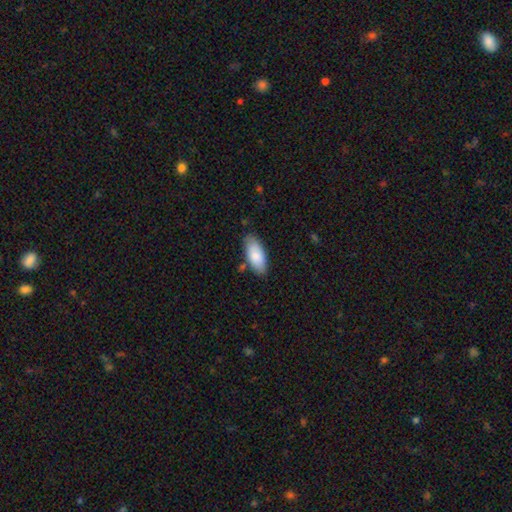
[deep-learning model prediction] Smooth or featured: smooth — 83% (featured or disk — 11%)
How rounded: in between — 88% (cigar-shaped — 10%)
Merging: none — 78% (minor disturbance — 16%)